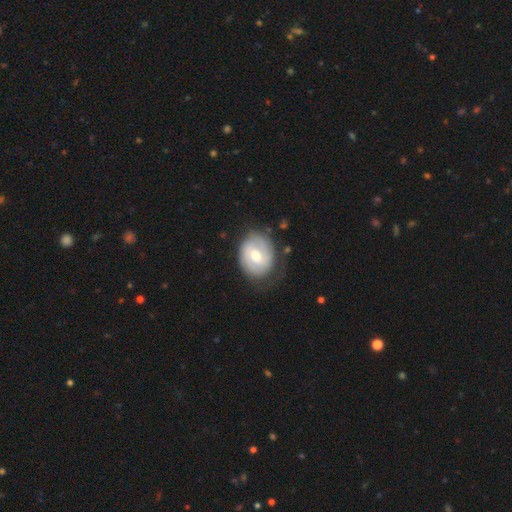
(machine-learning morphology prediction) featured or disk 52%, smooth 42%, star or artifact 6%. Down the decision tree: edge-on disk — no (96%); bar — weak (48%); spiral arms — yes (67%); bulge size — moderate (69%); merging — none (65%).